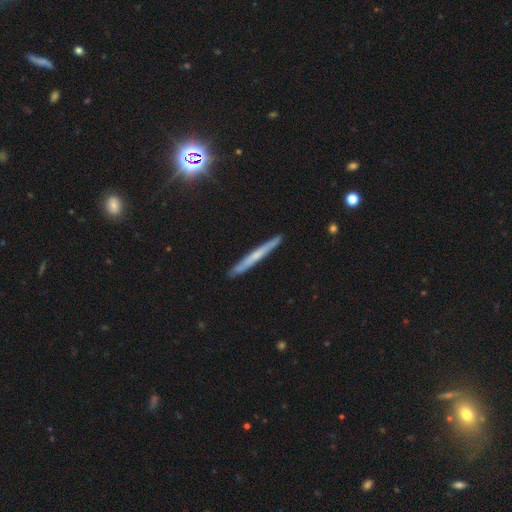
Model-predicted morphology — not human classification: Smooth or featured?
  - featured or disk: 49% *
  - smooth: 43%
  - star or artifact: 8%
Merging?
  - none: 90% *
  - minor disturbance: 7%
  - major disturbance: 1%
  - merger: 1%